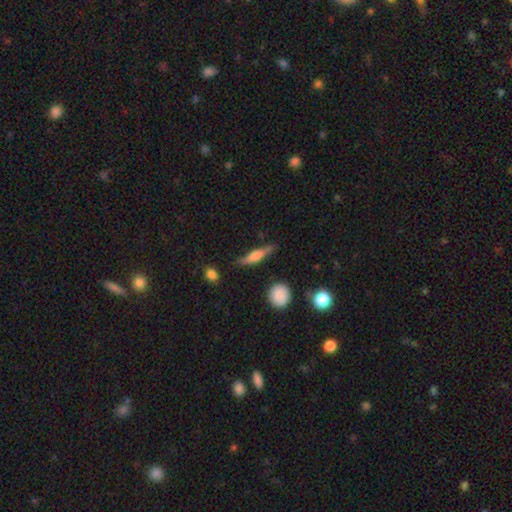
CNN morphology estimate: Smooth or featured? Predicted: smooth (p=0.47). Merging? Predicted: none (p=0.78).